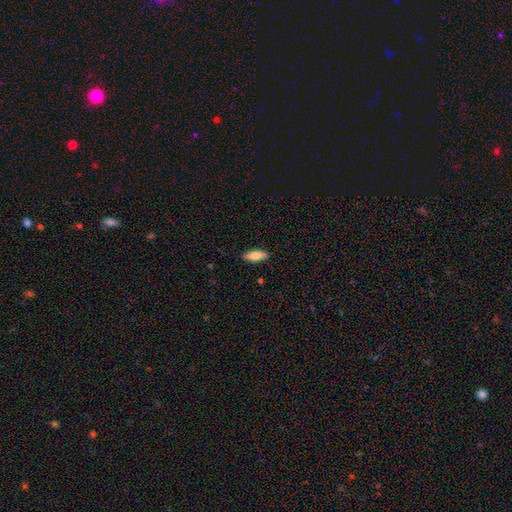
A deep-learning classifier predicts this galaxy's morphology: smooth 79%, featured or disk 15%, star or artifact 6%. Down the decision tree: how rounded — in between (58%); merging — none (87%).